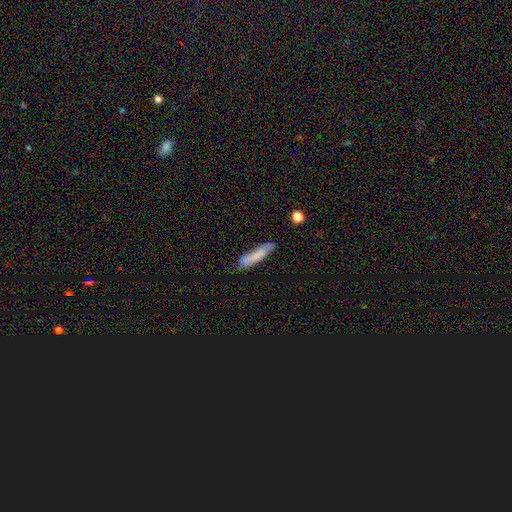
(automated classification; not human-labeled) Smooth or featured?
  - smooth: 69% *
  - featured or disk: 24%
  - star or artifact: 7%
How rounded?
  - cigar-shaped: 83% *
  - in between: 16%
  - round: 2%
Merging?
  - none: 64% *
  - minor disturbance: 26%
  - major disturbance: 7%
  - merger: 3%